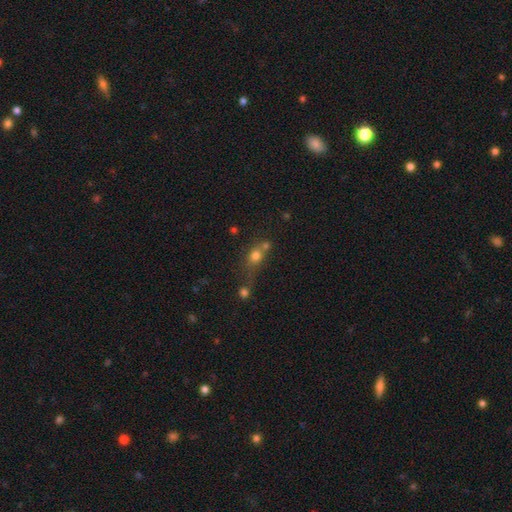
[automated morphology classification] Smooth or featured?
  - smooth: 72% *
  - star or artifact: 15%
  - featured or disk: 13%
How rounded?
  - round: 62% *
  - in between: 35%
  - cigar-shaped: 4%
Merging?
  - merger: 42% *
  - none: 37%
  - minor disturbance: 12%
  - major disturbance: 8%